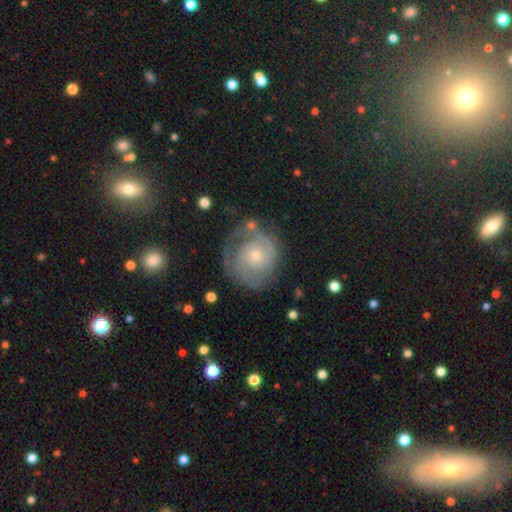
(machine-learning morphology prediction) featured or disk 80%, smooth 14%, star or artifact 6%. Down the decision tree: edge-on disk — no (98%); bar — no (77%); spiral arms — yes (93%); spiral arm count — 2 (49%); spiral winding — tight (62%); bulge size — small (61%); merging — none (66%).